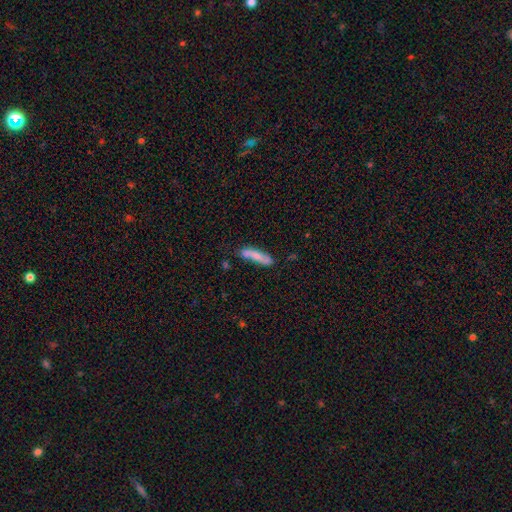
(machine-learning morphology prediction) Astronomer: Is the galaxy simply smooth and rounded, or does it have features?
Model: smooth — 64%.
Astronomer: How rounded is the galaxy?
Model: cigar-shaped — 72%.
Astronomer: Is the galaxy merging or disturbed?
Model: none — 64%.